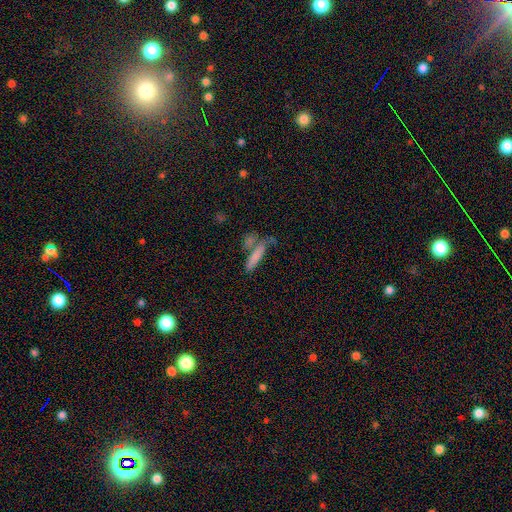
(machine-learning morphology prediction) This appears to be a smooth galaxy with no disk features (77%) that is cigar-shaped (77%). Merging: none (53%).